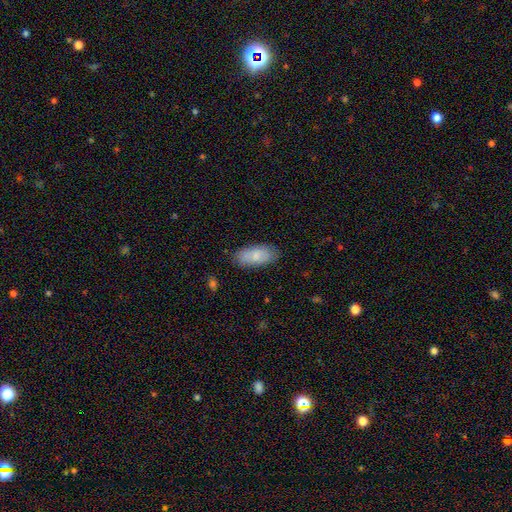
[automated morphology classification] smooth_or_featured: smooth (p=0.80) [alt: featured or disk p=0.14]
how_rounded: in between (p=0.88) [alt: cigar-shaped p=0.10]
merging: none (p=0.83) [alt: minor disturbance p=0.13]